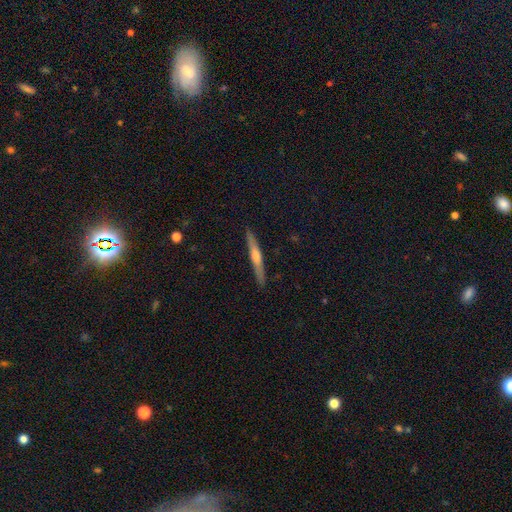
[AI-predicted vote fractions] smooth_or_featured: featured or disk (p=0.59) [alt: smooth p=0.35]
disk_edge_on: yes (p=0.97) [alt: no p=0.03]
edge_on_bulge: rounded (p=0.69) [alt: none p=0.20]
merging: none (p=0.91) [alt: minor disturbance p=0.07]